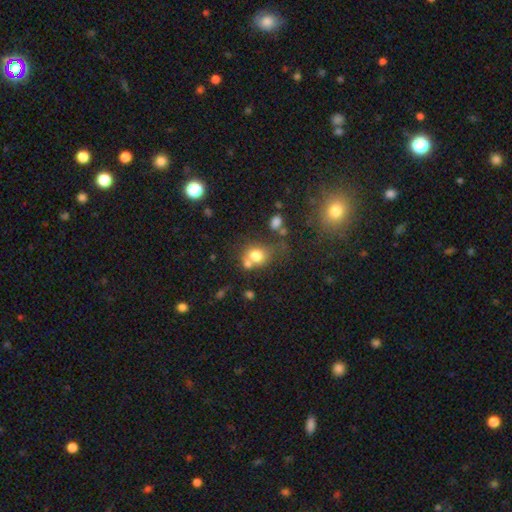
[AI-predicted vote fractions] Smooth or featured? smooth (74%)
How rounded? round (68%)
Merging? none (41%)